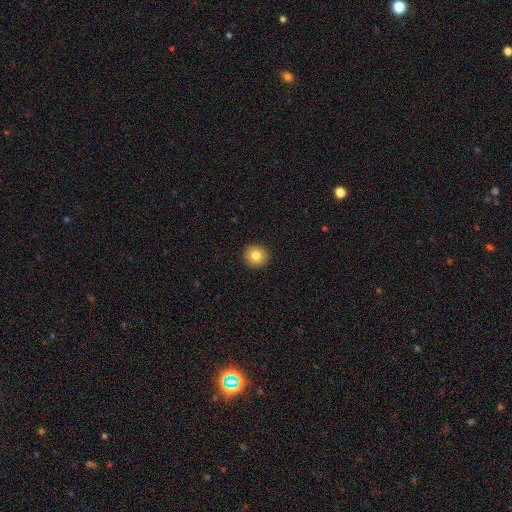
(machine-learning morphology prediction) This is clearly a smooth galaxy (83%). How rounded: clearly round (91%). Merging: clearly none (93%).